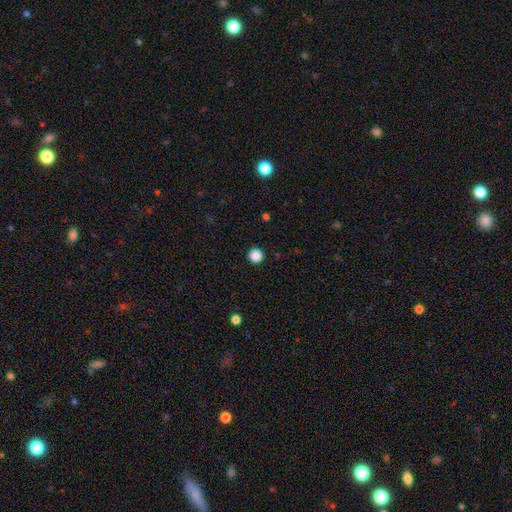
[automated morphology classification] A smooth galaxy with no disk features (87%) that is round (96%).

Vote fractions:
- Smooth or featured? smooth: 87% / star or artifact: 11% / featured or disk: 3%
- How rounded? round: 96% / in between: 3% / cigar-shaped: 1%
- Merging? none: 93% / minor disturbance: 4% / major disturbance: 2% / merger: 1%